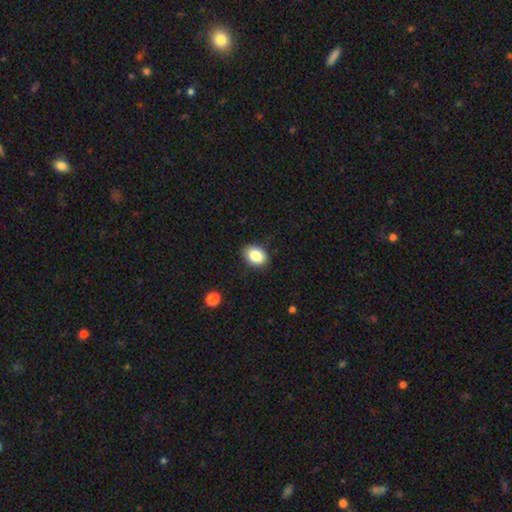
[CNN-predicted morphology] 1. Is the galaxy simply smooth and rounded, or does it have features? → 86% smooth, 8% star or artifact, 6% featured or disk.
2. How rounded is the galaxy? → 75% in between, 24% round, 1% cigar-shaped.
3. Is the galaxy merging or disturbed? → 87% none, 9% minor disturbance, 2% major disturbance, 1% merger.